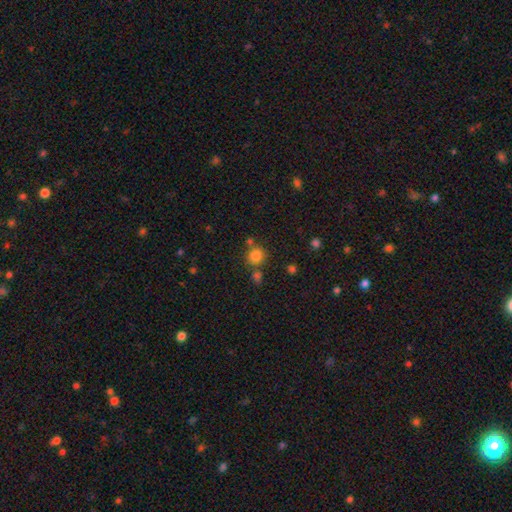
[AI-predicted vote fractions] Overall: smooth (81%). How rounded: round (88%). Merging: none (70%).